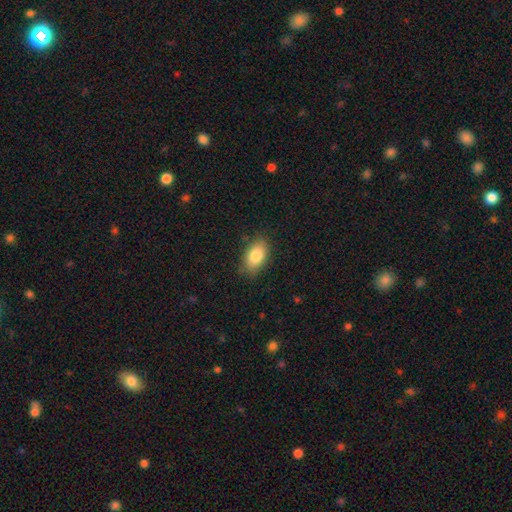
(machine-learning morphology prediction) The model was most divided on "merging": none: 83%, minor disturbance: 13%, major disturbance: 3%, merger: 1%. More confident: how rounded — in between (91%); smooth or featured — smooth (83%).